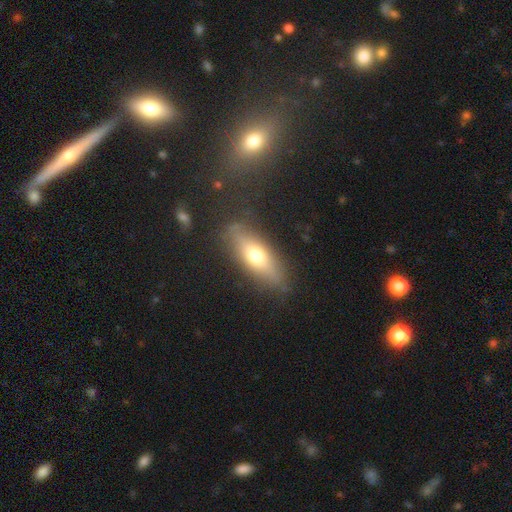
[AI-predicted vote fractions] Smooth or featured: smooth — 62% (featured or disk — 31%)
How rounded: in between — 60% (cigar-shaped — 36%)
Merging: none — 80% (minor disturbance — 14%)